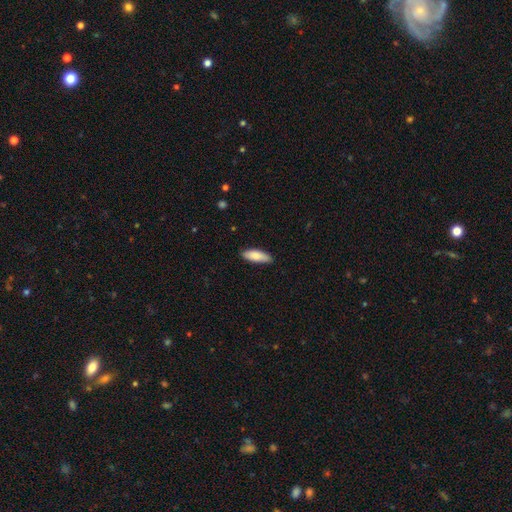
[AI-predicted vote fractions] Morphology: type=smooth (84%); roundness=in between (65%); merging=none (85%).